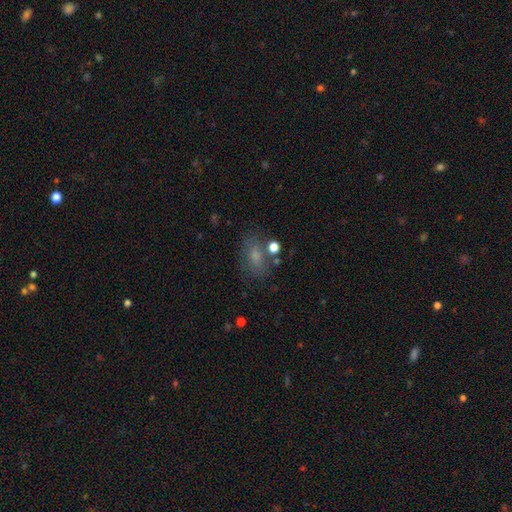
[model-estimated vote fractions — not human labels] smooth 64%, featured or disk 19%, star or artifact 17%. Down the decision tree: how rounded — in between (78%); merging — none (65%).